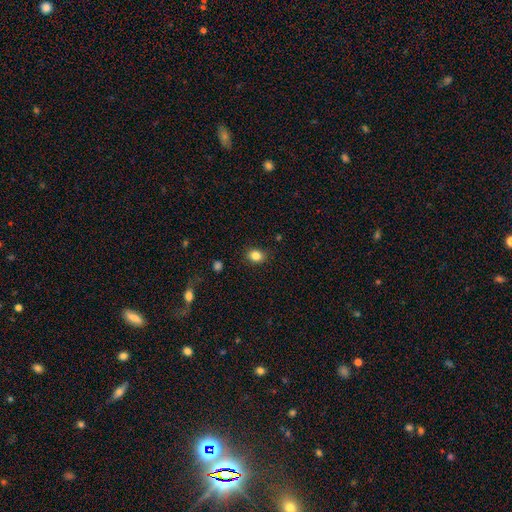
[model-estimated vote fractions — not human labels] This is clearly a smooth galaxy (85%). How rounded: possibly in between (51%). Merging: clearly none (87%).